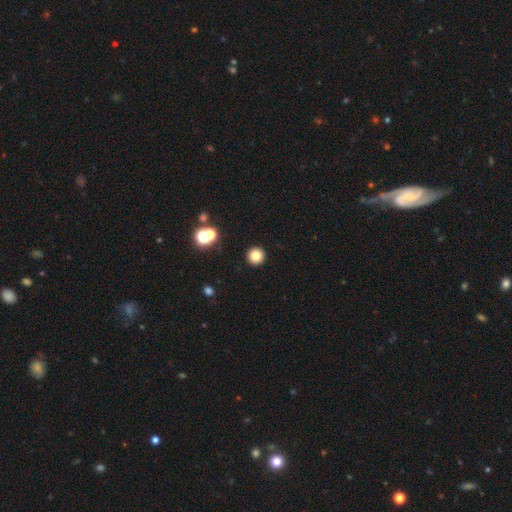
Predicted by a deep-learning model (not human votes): Smooth or featured? Predicted: smooth (p=0.81). How rounded? Predicted: round (p=0.96). Merging? Predicted: none (p=0.92).